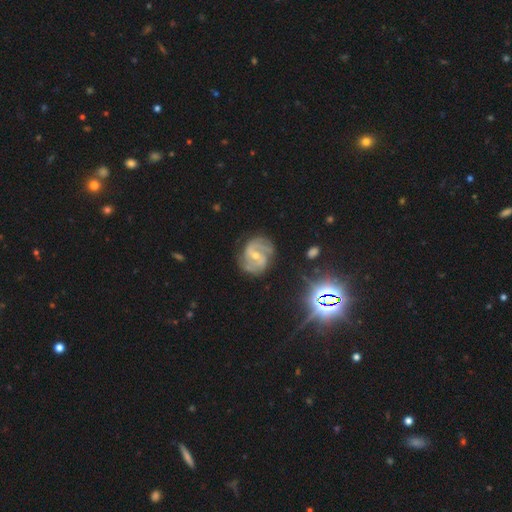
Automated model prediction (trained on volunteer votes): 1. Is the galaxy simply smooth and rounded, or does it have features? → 87% featured or disk, 7% smooth, 6% star or artifact.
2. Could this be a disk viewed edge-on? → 98% no, 2% yes.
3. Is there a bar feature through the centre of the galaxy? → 50% weak, 25% no, 25% strong.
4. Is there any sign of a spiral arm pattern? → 97% yes, 3% no.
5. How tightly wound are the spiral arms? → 50% medium, 34% tight, 16% loose.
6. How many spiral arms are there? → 62% 2, 17% 3, 11% can't tell, 4% 4, 3% 1, 3% more than 4.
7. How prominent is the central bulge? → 54% small, 43% moderate, 1% none, 1% large, 1% dominant.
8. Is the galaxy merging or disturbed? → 74% none, 18% minor disturbance, 7% major disturbance, 2% merger.